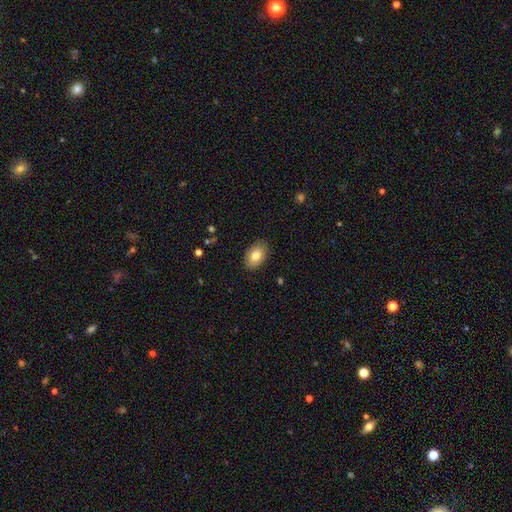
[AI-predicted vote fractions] A smooth galaxy with no disk features (82%) that is in between round and cigar-shaped (89%).

Vote fractions:
- Smooth or featured? smooth: 82% / featured or disk: 11% / star or artifact: 7%
- How rounded? in between: 89% / round: 10% / cigar-shaped: 1%
- Merging? none: 87% / minor disturbance: 9% / major disturbance: 2% / merger: 1%